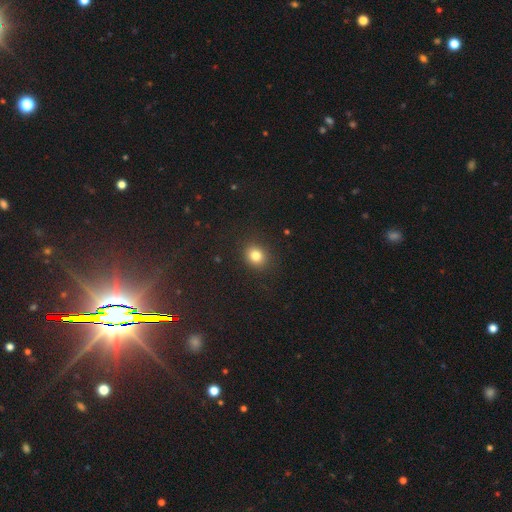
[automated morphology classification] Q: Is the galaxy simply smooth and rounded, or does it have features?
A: smooth — 81%.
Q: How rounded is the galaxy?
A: round — 71%.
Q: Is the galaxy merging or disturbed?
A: none — 89%.